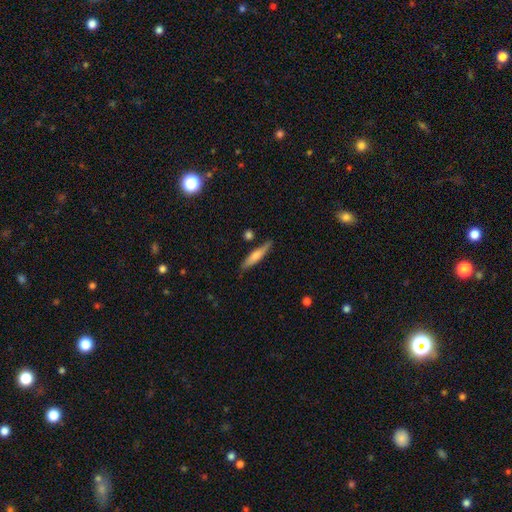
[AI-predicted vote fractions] This appears to be a smooth galaxy with no disk features (62%) that is cigar-shaped (86%). Merging: none (81%).